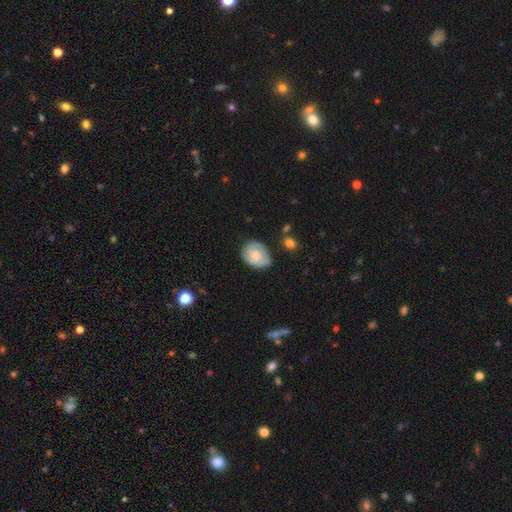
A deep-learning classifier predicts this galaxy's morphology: The model was most divided on "smooth or featured": smooth: 56%, featured or disk: 37%, star or artifact: 7%. More confident: merging — none (64%); how rounded — in between (59%).